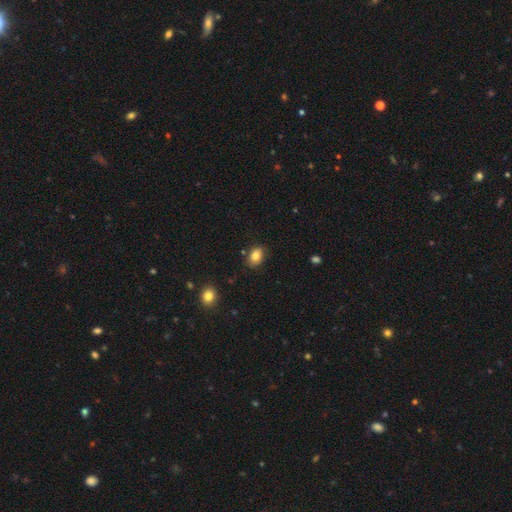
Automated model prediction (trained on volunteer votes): The model was most divided on "how rounded": in between: 83%, round: 16%, cigar-shaped: 1%. More confident: smooth or featured — smooth (83%); merging — none (83%).